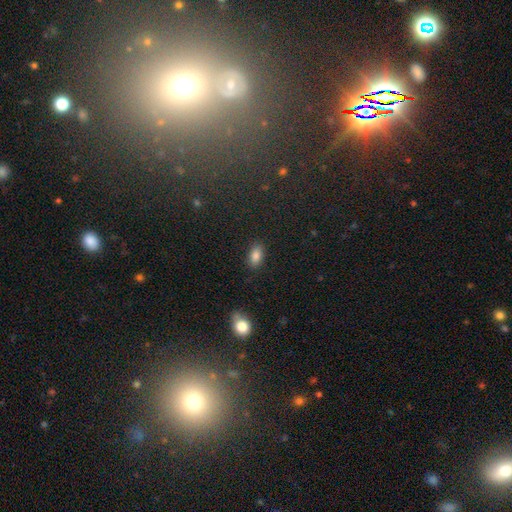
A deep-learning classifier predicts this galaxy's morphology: Smooth or featured? Predicted: smooth (p=0.84). How rounded? Predicted: in between (p=0.90). Merging? Predicted: none (p=0.86).